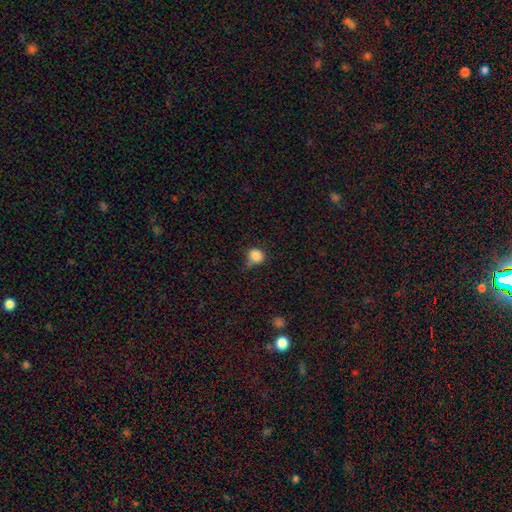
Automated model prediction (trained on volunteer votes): smooth-or-featured: smooth: 85% | star or artifact: 10% | featured or disk: 5%
  how-rounded: round: 77% | in between: 22% | cigar-shaped: 1%
  merging: none: 56% | minor disturbance: 32% | major disturbance: 9% | merger: 3%